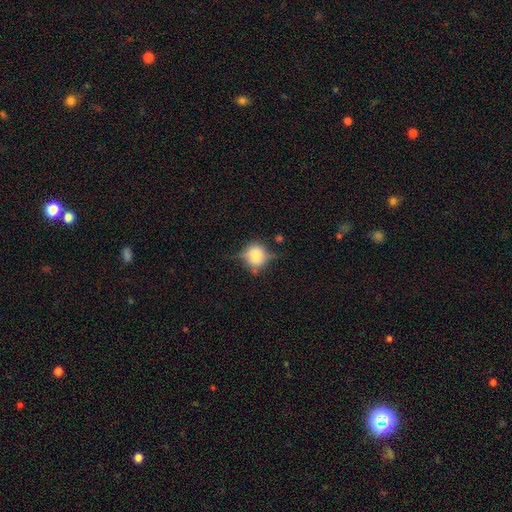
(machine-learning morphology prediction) smooth 57%, featured or disk 32%, star or artifact 11%. Down the decision tree: how rounded — round (85%); merging — none (61%).